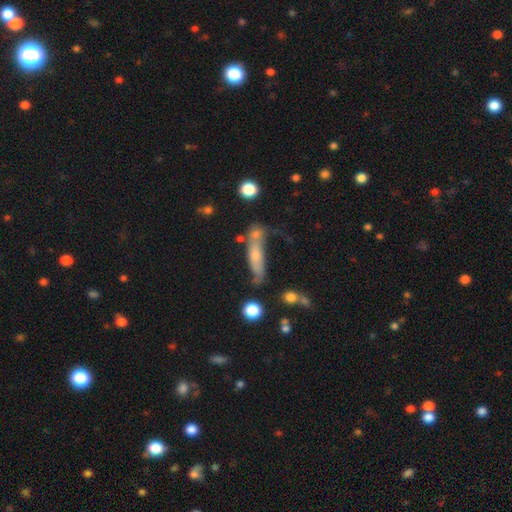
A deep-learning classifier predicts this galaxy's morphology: smooth-or-featured: smooth: 56% | featured or disk: 35% | star or artifact: 9%
  how-rounded: cigar-shaped: 72% | in between: 25% | round: 3%
  merging: none: 47% | minor disturbance: 22% | merger: 21% | major disturbance: 10%